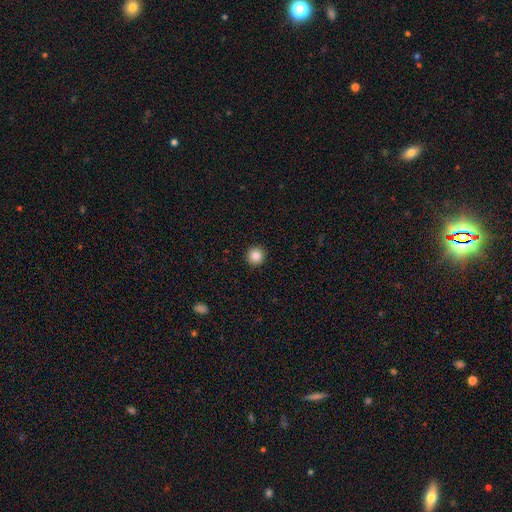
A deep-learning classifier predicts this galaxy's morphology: Smooth or featured? Predicted: smooth (p=0.86). How rounded? Predicted: round (p=0.95). Merging? Predicted: none (p=0.93).